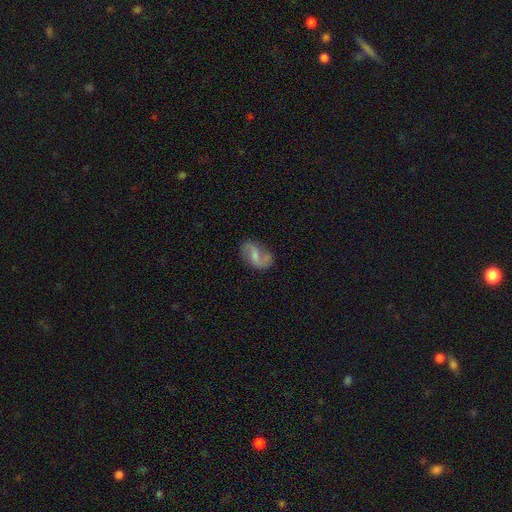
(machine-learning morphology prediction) smooth_or_featured: featured or disk (p=0.68) [alt: smooth p=0.25]
disk_edge_on: no (p=0.97) [alt: yes p=0.03]
bar: weak (p=0.50) [alt: no p=0.35]
has_spiral_arms: yes (p=0.91) [alt: no p=0.09]
spiral_winding: loose (p=0.60) [alt: medium p=0.31]
spiral_arm_count: 2 (p=0.87) [alt: 1 p=0.05]
bulge_size: small (p=0.42) [alt: moderate p=0.31]
merging: none (p=0.69) [alt: minor disturbance p=0.19]